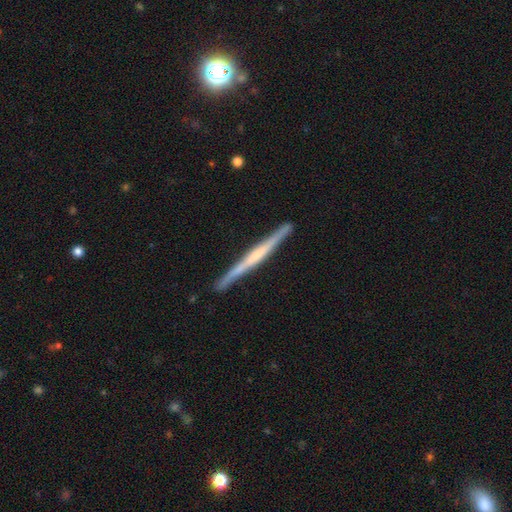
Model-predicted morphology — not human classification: Smooth or featured? Predicted: featured or disk (p=0.73). Edge-on disk? Predicted: yes (p=0.98). Edge-on bulge? Predicted: none (p=0.42). Merging? Predicted: none (p=0.90).